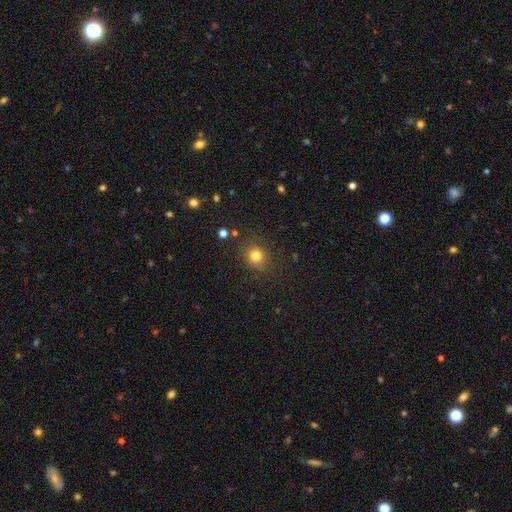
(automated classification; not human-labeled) Smooth or featured? Predicted: smooth (p=0.80). How rounded? Predicted: round (p=0.86). Merging? Predicted: none (p=0.85).